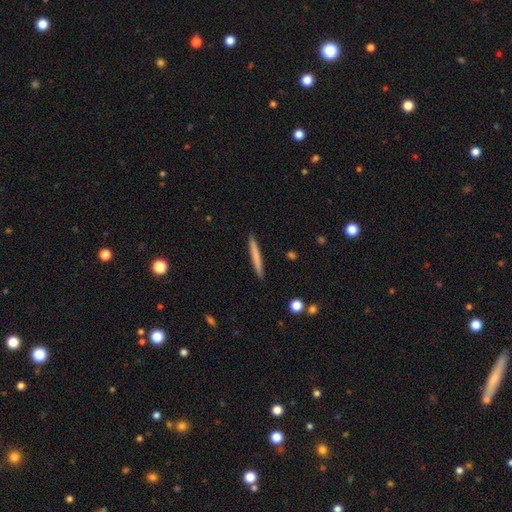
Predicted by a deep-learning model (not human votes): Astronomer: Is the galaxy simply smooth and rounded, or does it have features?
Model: smooth — 70%.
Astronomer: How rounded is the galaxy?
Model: cigar-shaped — 97%.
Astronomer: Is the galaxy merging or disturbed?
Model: none — 92%.